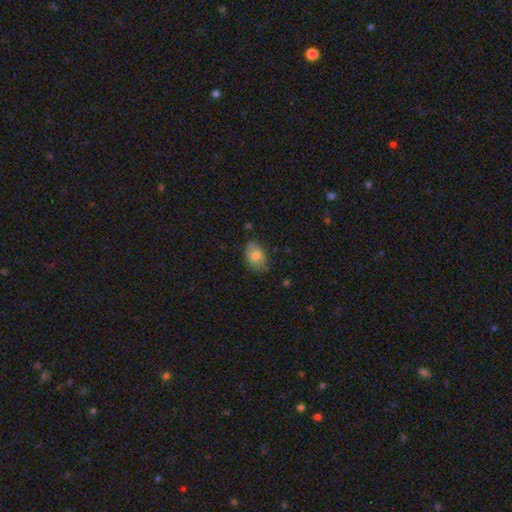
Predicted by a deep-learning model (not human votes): A smooth galaxy with no disk features (67%) that is in between round and cigar-shaped (81%).

Vote fractions:
- Smooth or featured? smooth: 67% / featured or disk: 25% / star or artifact: 8%
- How rounded? in between: 81% / round: 18% / cigar-shaped: 1%
- Merging? none: 68% / minor disturbance: 25% / major disturbance: 5% / merger: 1%